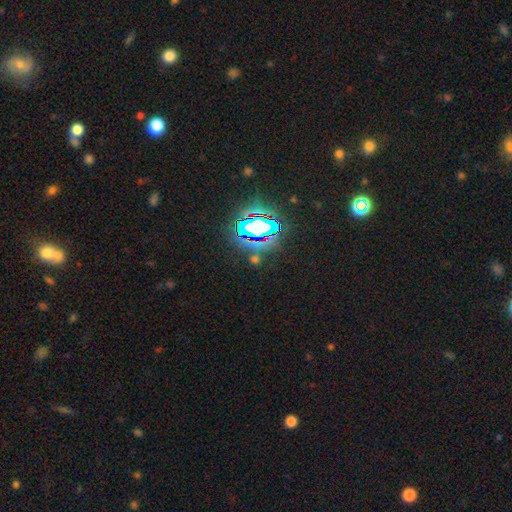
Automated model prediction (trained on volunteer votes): Smooth or featured?
  - star or artifact: 72% *
  - smooth: 17%
  - featured or disk: 11%